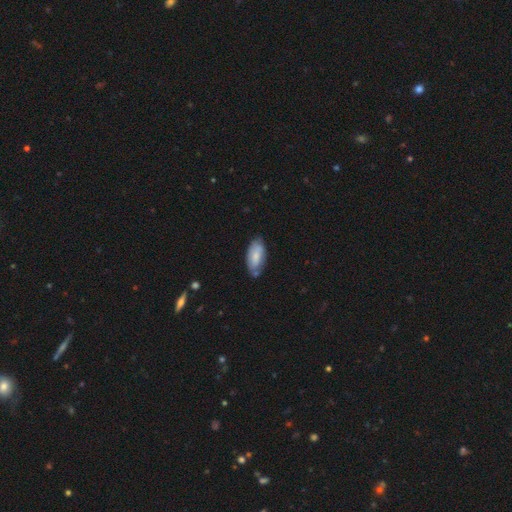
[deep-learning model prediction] Morphology: type=smooth (70%); roundness=in between (90%); merging=none (66%).